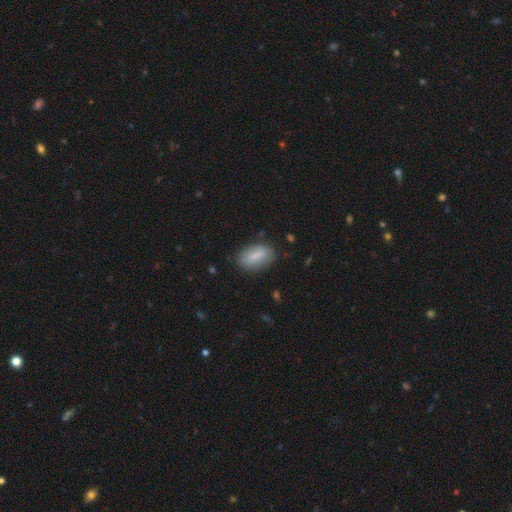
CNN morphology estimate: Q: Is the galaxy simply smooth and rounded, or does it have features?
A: smooth — 76%.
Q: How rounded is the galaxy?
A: in between — 90%.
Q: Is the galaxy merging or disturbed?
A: none — 79%.